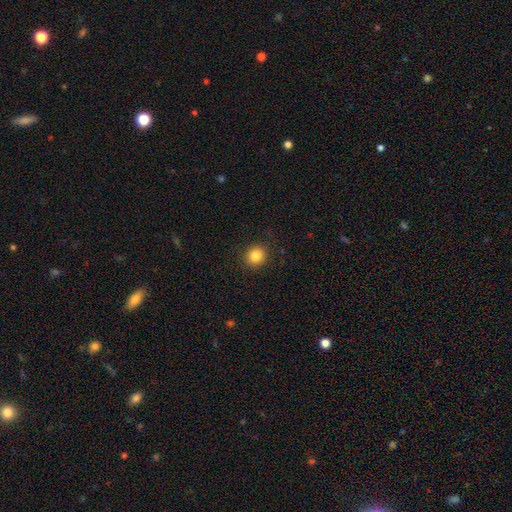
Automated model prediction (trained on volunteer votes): Smooth or featured?
  - smooth: 84% *
  - star or artifact: 11%
  - featured or disk: 5%
How rounded?
  - round: 84% *
  - in between: 15%
  - cigar-shaped: 1%
Merging?
  - none: 90% *
  - minor disturbance: 7%
  - major disturbance: 2%
  - merger: 1%